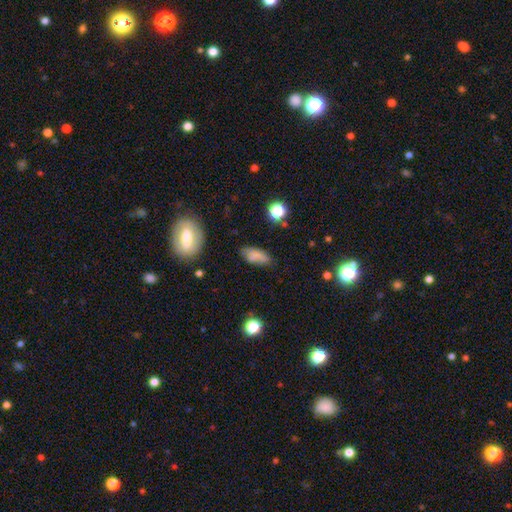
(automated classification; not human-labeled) smooth-or-featured: smooth: 76% | featured or disk: 14% | star or artifact: 10%
  how-rounded: in between: 83% | cigar-shaped: 13% | round: 4%
  merging: none: 64% | minor disturbance: 25% | major disturbance: 7% | merger: 4%